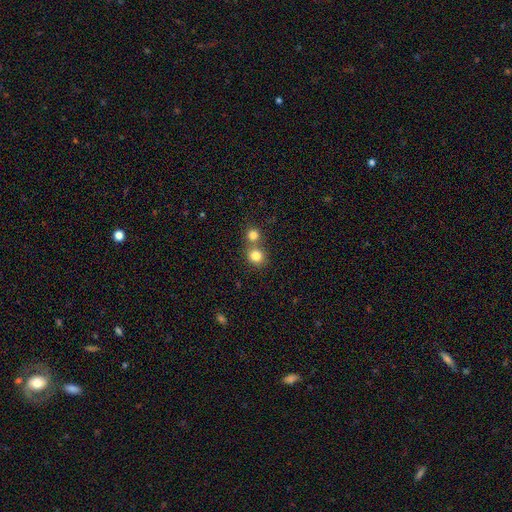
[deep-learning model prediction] Smooth or featured? smooth (82%)
How rounded? round (82%)
Merging? none (53%)